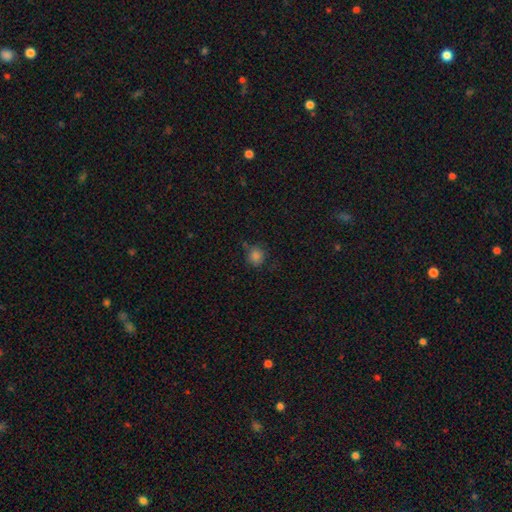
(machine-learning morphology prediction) Smooth or featured? smooth (82%)
How rounded? round (89%)
Merging? none (74%)